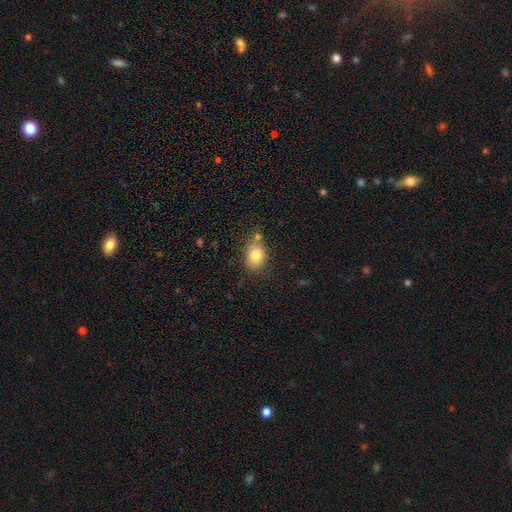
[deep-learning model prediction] This is clearly a smooth galaxy (80%). How rounded: likely in between (63%). Merging: likely none (69%).